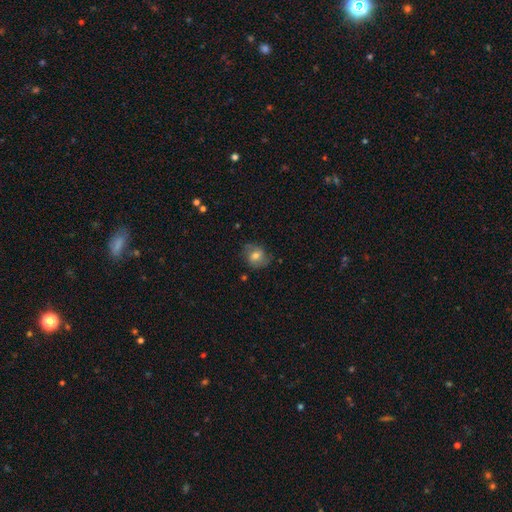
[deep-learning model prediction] Smooth or featured?
  - smooth: 62% *
  - featured or disk: 28%
  - star or artifact: 9%
How rounded?
  - round: 65% *
  - in between: 34%
  - cigar-shaped: 1%
Merging?
  - none: 70% *
  - minor disturbance: 21%
  - major disturbance: 8%
  - merger: 2%